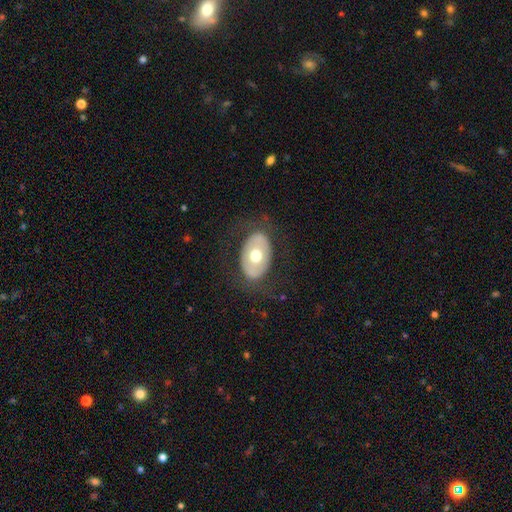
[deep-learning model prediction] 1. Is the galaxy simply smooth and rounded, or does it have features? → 53% smooth, 42% featured or disk, 6% star or artifact.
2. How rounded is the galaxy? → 87% in between, 12% round, 1% cigar-shaped.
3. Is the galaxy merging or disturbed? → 77% none, 14% minor disturbance, 8% major disturbance, 1% merger.